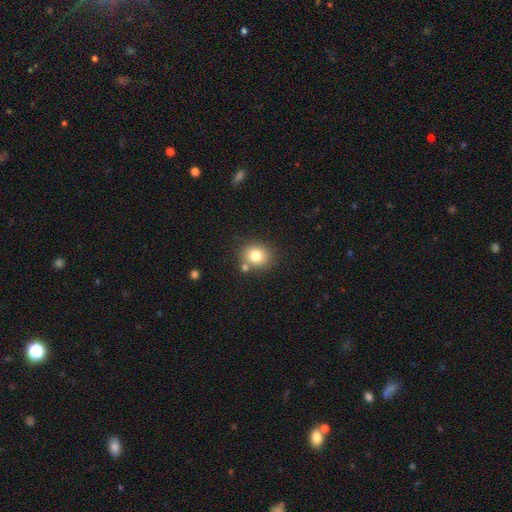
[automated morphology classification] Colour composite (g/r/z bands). It shows a smooth galaxy with no disk features (79%) that is round (78%). Merging: none (75%).